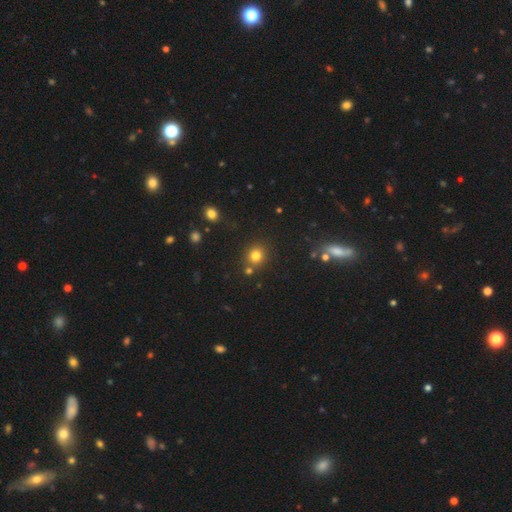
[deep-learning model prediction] Smooth or featured: smooth — 78% (star or artifact — 16%)
How rounded: round — 85% (in between — 14%)
Merging: none — 77% (merger — 11%)